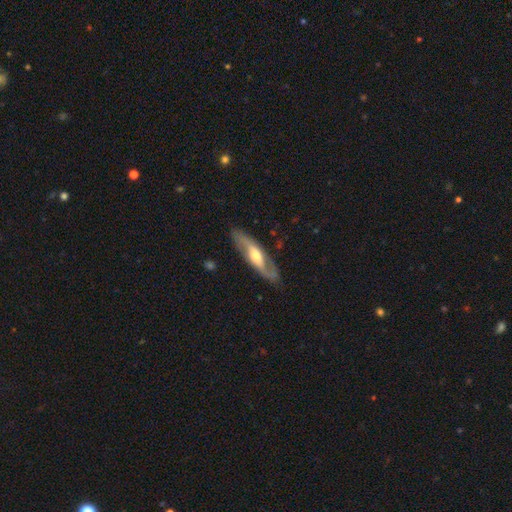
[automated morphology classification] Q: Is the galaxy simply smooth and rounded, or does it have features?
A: featured or disk — 74%.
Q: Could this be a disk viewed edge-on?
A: no — 72%.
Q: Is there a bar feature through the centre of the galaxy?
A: weak — 39%.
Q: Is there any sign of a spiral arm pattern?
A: yes — 86%.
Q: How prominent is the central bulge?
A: moderate — 66%.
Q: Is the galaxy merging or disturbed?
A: none — 83%.